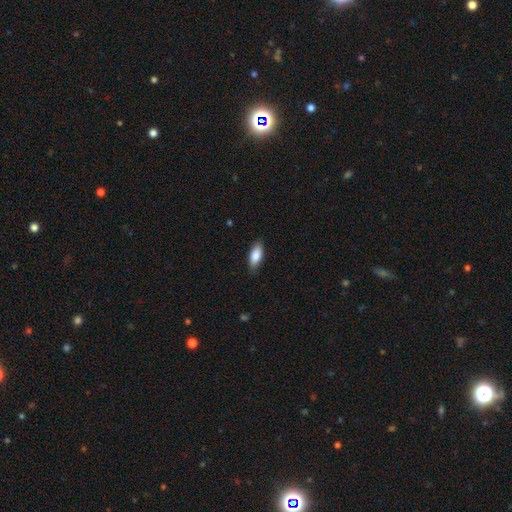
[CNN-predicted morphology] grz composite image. It shows a smooth galaxy with no disk features (84%) that is in between round and cigar-shaped (81%). Merging: none (84%).